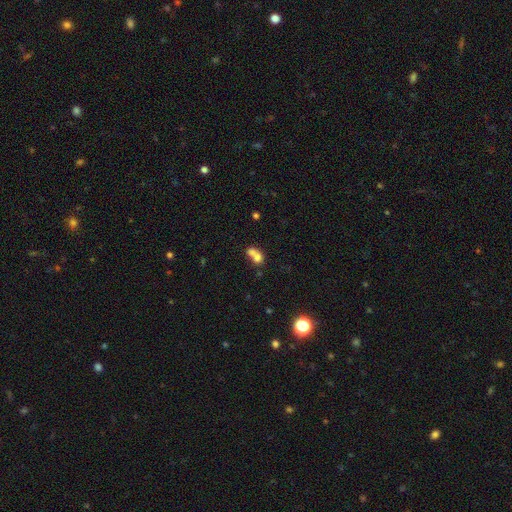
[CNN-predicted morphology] Smooth or featured: smooth — 69% (featured or disk — 19%)
How rounded: in between — 51% (round — 46%)
Merging: merger — 66% (none — 21%)